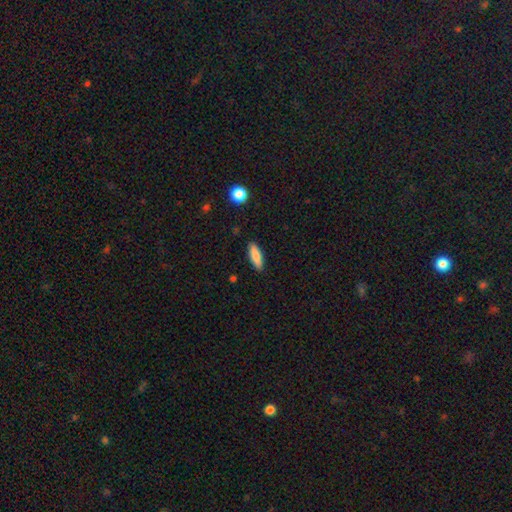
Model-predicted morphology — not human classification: Q: Smooth or featured?
A: smooth (81%); runner-up: featured or disk (12%)
Q: How rounded?
A: cigar-shaped (55%); runner-up: in between (43%)
Q: Merging?
A: none (88%); runner-up: minor disturbance (9%)